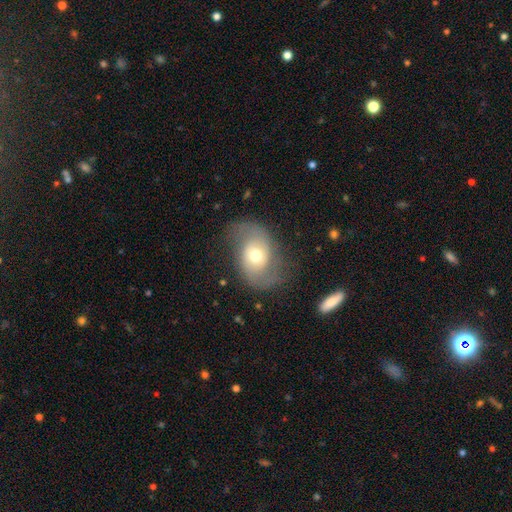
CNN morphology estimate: A featured or disk galaxy (72%) with no bar (67%), 2 (90%) loose (49%) spiral arms (88%) and a moderate central bulge (67%). Merging: none (66%).